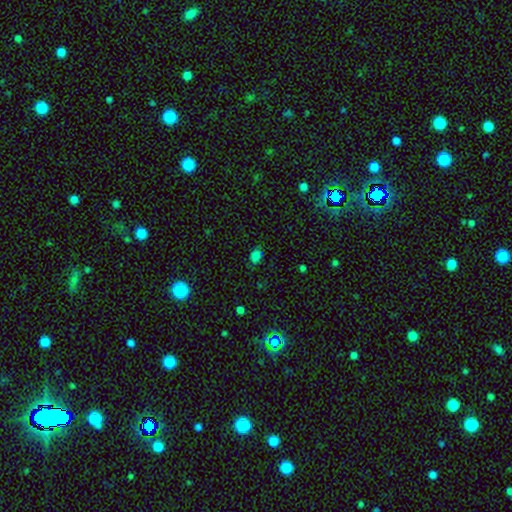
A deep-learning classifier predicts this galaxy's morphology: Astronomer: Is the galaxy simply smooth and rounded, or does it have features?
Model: smooth — 77%.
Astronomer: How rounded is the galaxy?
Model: in between — 64%.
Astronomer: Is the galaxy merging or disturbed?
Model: none — 76%.